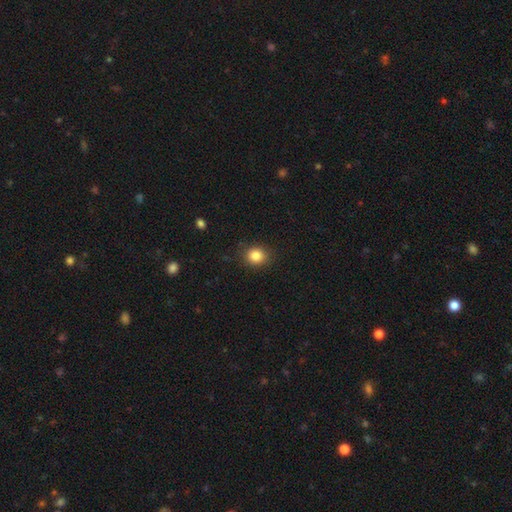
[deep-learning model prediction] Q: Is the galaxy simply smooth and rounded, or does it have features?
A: smooth — 84%.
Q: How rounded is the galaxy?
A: round — 76%.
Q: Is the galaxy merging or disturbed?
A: none — 87%.